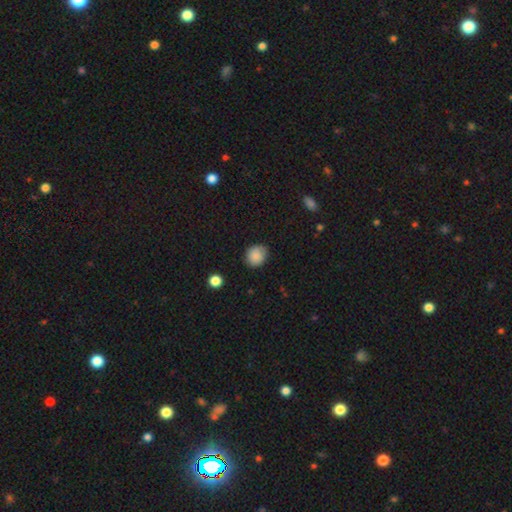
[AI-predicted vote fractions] smooth_or_featured: smooth (p=0.86) [alt: star or artifact p=0.09]
how_rounded: round (p=0.74) [alt: in between p=0.25]
merging: none (p=0.74) [alt: minor disturbance p=0.21]